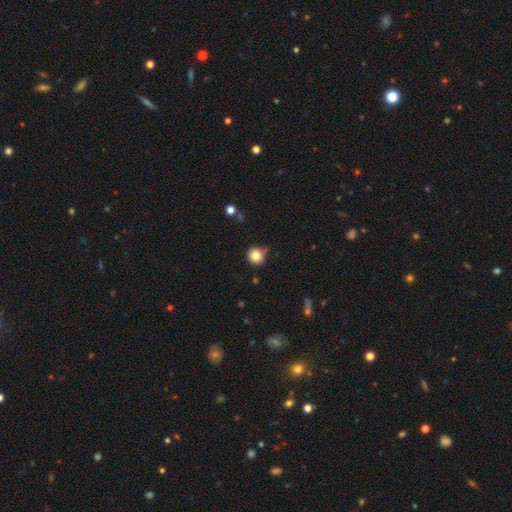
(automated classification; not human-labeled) Smooth or featured: smooth — 82% (star or artifact — 12%)
How rounded: round — 92% (in between — 7%)
Merging: none — 74% (minor disturbance — 18%)